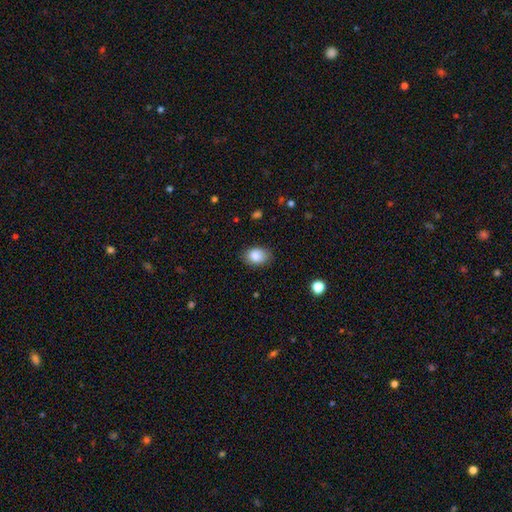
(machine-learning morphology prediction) Smooth or featured? smooth (85%)
How rounded? in between (75%)
Merging? none (77%)